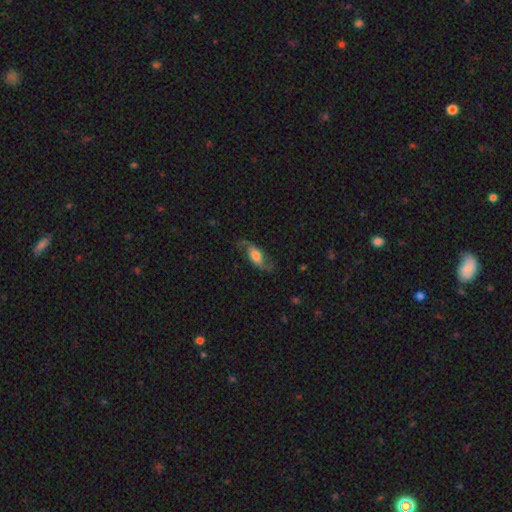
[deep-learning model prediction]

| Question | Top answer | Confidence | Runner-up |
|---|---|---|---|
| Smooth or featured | featured or disk | 67% | smooth (25%) |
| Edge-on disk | no | 87% | yes (13%) |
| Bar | no | 52% | weak (34%) |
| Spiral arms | yes | 91% | no (9%) |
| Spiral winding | loose | 71% | medium (24%) |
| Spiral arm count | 2 | 90% | can't tell (4%) |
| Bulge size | moderate | 36% | large (35%) |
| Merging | none | 68% | minor disturbance (18%) |